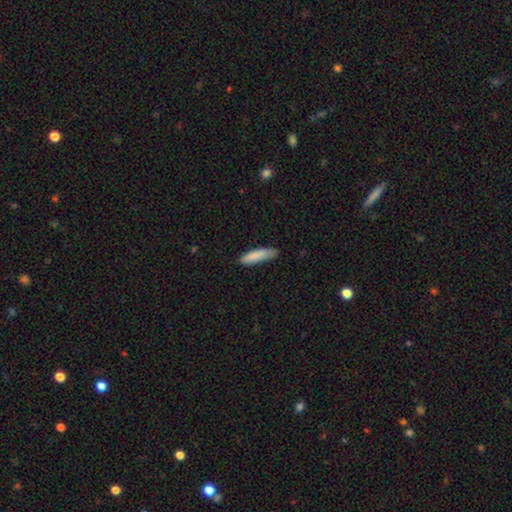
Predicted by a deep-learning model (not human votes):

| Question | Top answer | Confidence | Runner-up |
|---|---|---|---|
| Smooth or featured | smooth | 85% | featured or disk (9%) |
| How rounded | cigar-shaped | 72% | in between (27%) |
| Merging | none | 72% | minor disturbance (23%) |